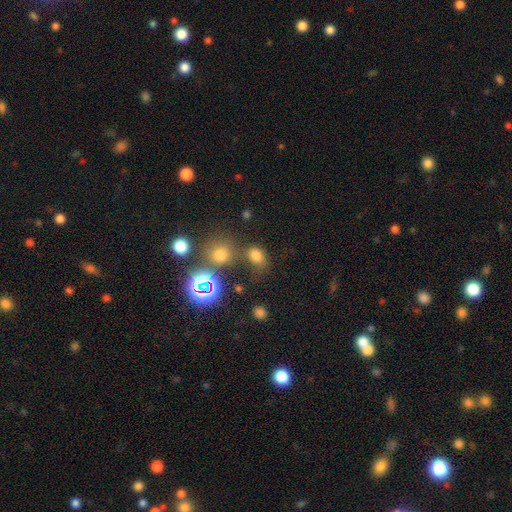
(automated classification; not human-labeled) Morphology: type=smooth (68%); roundness=in between (64%); merging=none (58%).